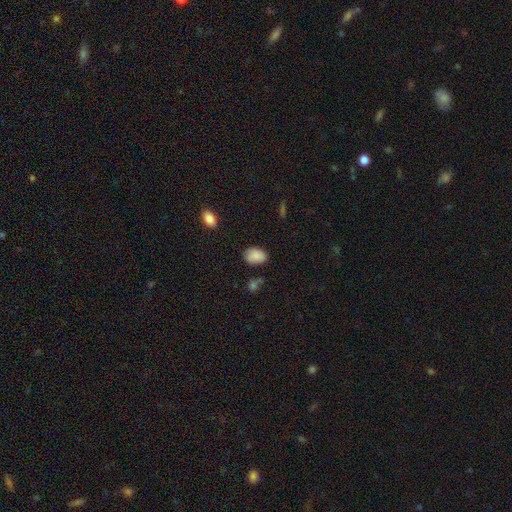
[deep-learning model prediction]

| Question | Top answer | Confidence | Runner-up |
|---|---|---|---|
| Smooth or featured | smooth | 86% | star or artifact (8%) |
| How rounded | in between | 82% | round (17%) |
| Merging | none | 76% | minor disturbance (17%) |